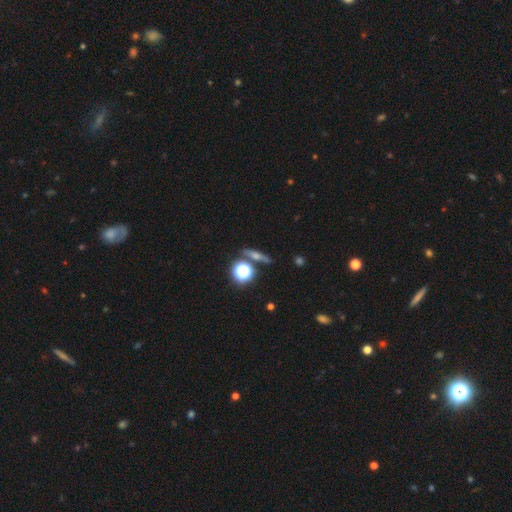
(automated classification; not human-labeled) Overall: featured or disk (41%; smooth 32%). Merging: none (81%).